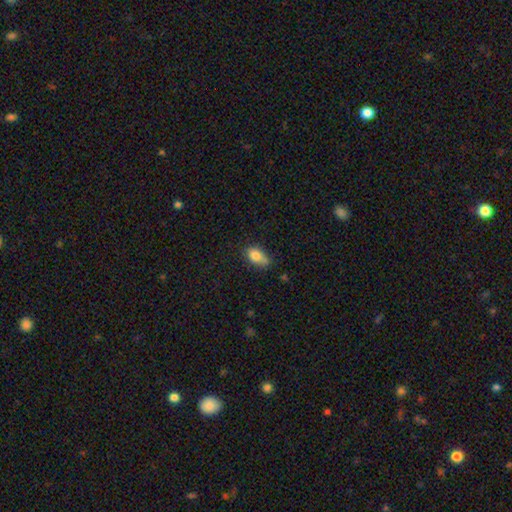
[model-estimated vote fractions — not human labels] Overall: smooth (80%). How rounded: in between (84%). Merging: none (48%; minor disturbance 35%).